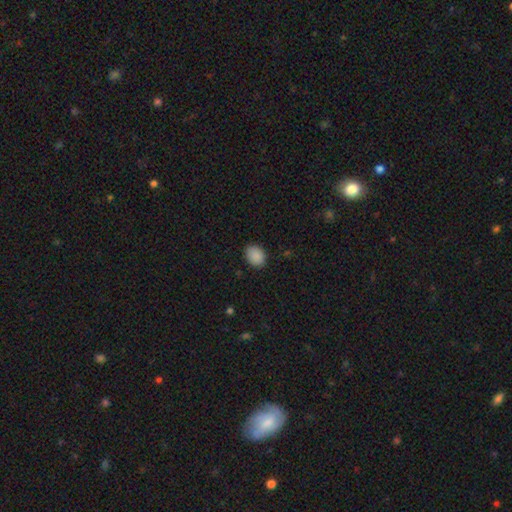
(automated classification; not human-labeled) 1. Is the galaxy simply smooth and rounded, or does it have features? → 89% smooth, 8% star or artifact, 3% featured or disk.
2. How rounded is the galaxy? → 63% in between, 36% round, 1% cigar-shaped.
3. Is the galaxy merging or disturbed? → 85% none, 12% minor disturbance, 2% major disturbance, 1% merger.